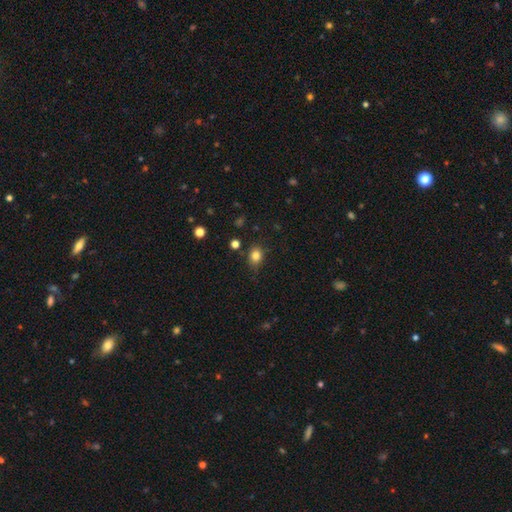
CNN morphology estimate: Smooth or featured? Predicted: smooth (p=0.81). How rounded? Predicted: round (p=0.54). Merging? Predicted: none (p=0.75).